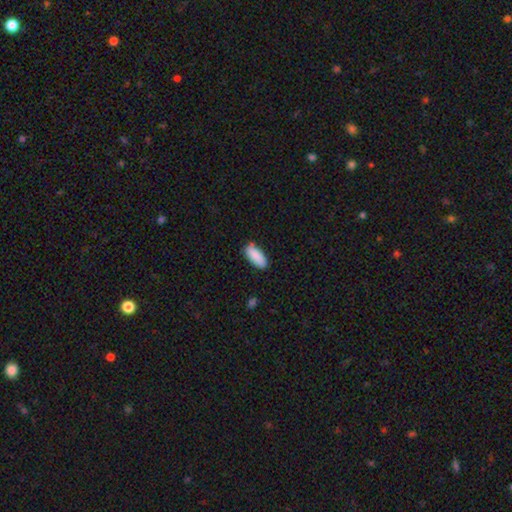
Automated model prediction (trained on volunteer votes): Smooth or featured: smooth — 89% (star or artifact — 6%)
How rounded: in between — 86% (cigar-shaped — 12%)
Merging: none — 79% (minor disturbance — 16%)